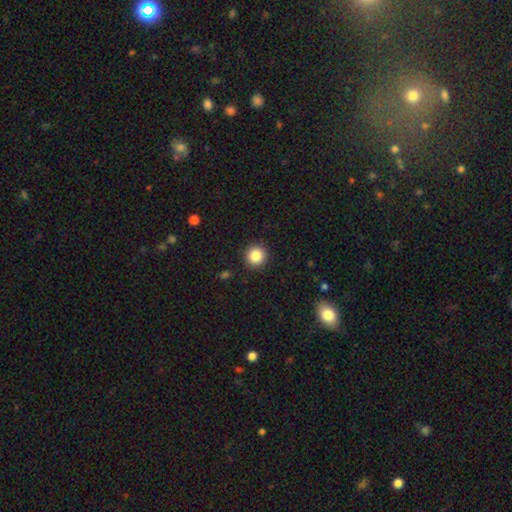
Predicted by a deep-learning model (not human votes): Smooth or featured: smooth — 85% (star or artifact — 10%)
How rounded: round — 94% (in between — 5%)
Merging: none — 92% (minor disturbance — 5%)